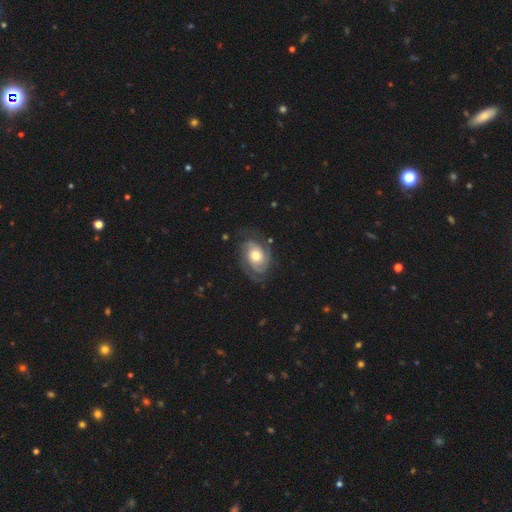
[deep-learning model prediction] Overall: featured or disk (84%). Edge-on disk: no (97%). Bar: no (75%). Spiral arms: yes (96%). Spiral arm count: 2 (65%). Spiral winding: tight (58%; medium 33%). Bulge size: moderate (69%). Merging: none (73%).